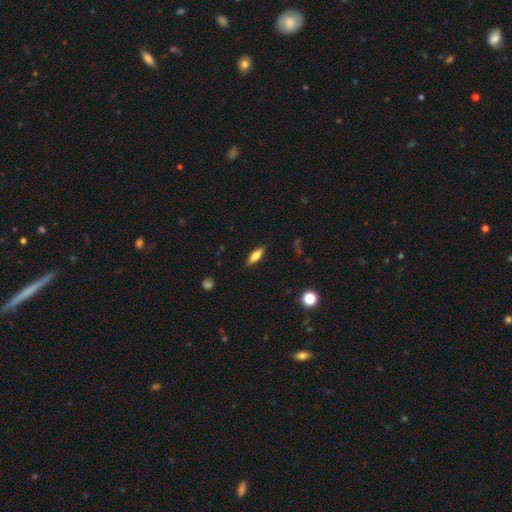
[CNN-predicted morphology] smooth 67%, featured or disk 25%, star or artifact 8%. Down the decision tree: how rounded — in between (53%); merging — none (87%).